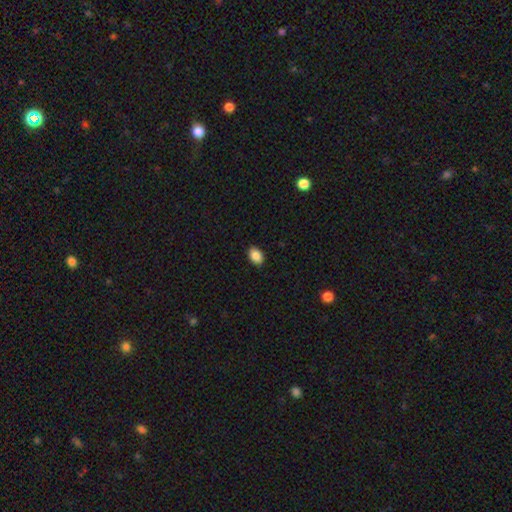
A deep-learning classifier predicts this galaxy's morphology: The model was most divided on "how rounded": in between: 79%, round: 20%, cigar-shaped: 1%. More confident: merging — none (89%); smooth or featured — smooth (89%).